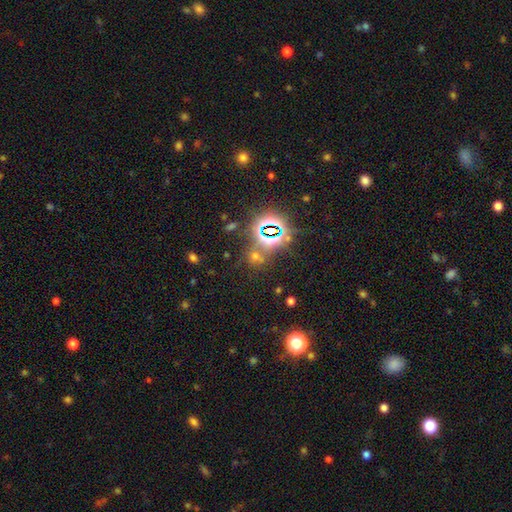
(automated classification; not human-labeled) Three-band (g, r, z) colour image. It shows a star or artifact, not a galaxy (70%).